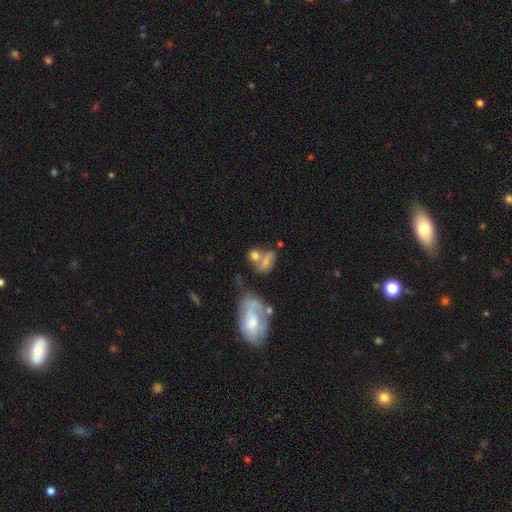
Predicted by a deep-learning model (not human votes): Smooth or featured: smooth — 63% (featured or disk — 24%)
How rounded: in between — 60% (round — 37%)
Merging: merger — 46% (none — 28%)